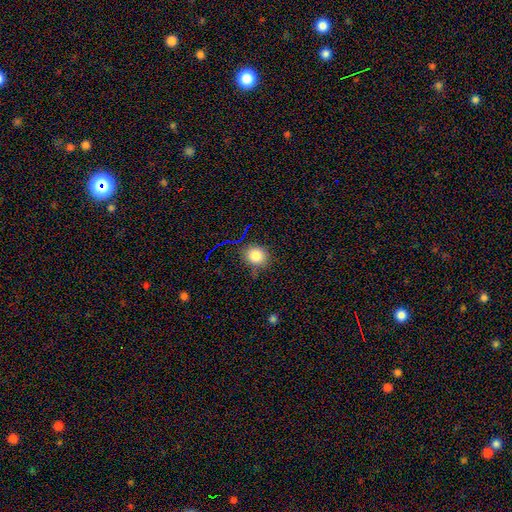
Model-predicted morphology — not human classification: smooth 79%, star or artifact 13%, featured or disk 8%. Down the decision tree: how rounded — round (72%); merging — none (75%).